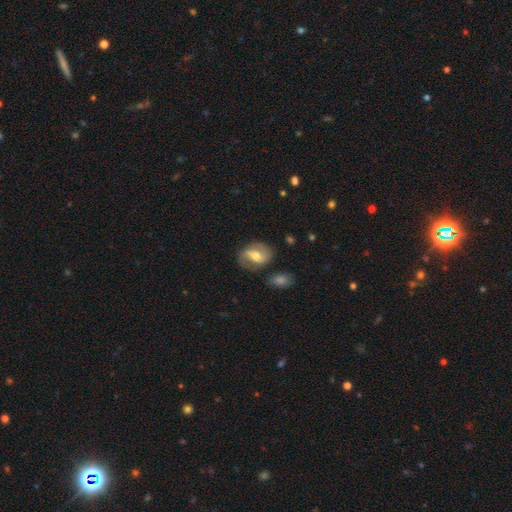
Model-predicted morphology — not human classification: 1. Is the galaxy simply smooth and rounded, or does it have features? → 58% featured or disk, 35% smooth, 7% star or artifact.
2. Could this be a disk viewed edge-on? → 95% no, 5% yes.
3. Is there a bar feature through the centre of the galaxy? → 44% weak, 28% no, 28% strong.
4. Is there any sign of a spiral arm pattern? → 80% yes, 20% no.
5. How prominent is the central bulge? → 67% moderate, 23% small, 7% large, 2% none, 1% dominant.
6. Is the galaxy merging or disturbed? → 73% none, 17% minor disturbance, 6% major disturbance, 4% merger.